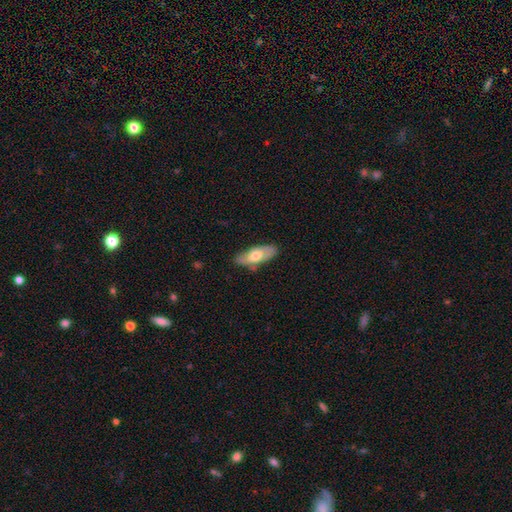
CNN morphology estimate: This appears to be a smooth galaxy with no disk features (59%) that is in between round and cigar-shaped (80%). Merging: none (77%).